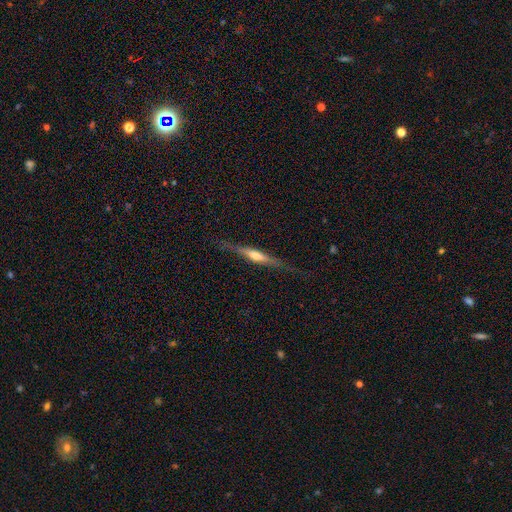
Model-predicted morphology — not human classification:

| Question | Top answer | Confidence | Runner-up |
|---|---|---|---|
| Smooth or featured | featured or disk | 68% | smooth (27%) |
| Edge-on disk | yes | 96% | no (4%) |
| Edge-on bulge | rounded | 62% | boxy (20%) |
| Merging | none | 79% | minor disturbance (15%) |